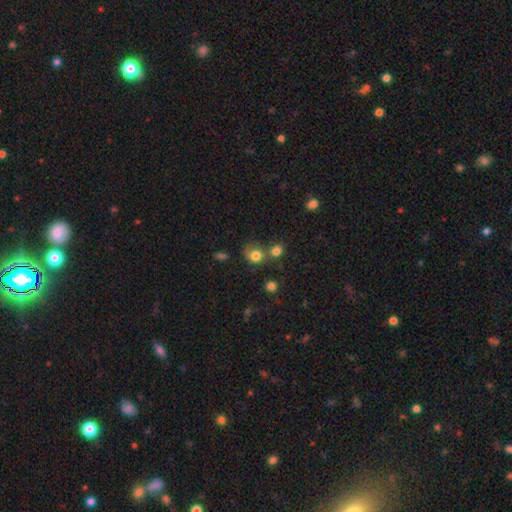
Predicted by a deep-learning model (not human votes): Q: Smooth or featured?
A: smooth (79%); runner-up: star or artifact (11%)
Q: How rounded?
A: round (72%); runner-up: in between (27%)
Q: Merging?
A: none (47%); runner-up: merger (27%)